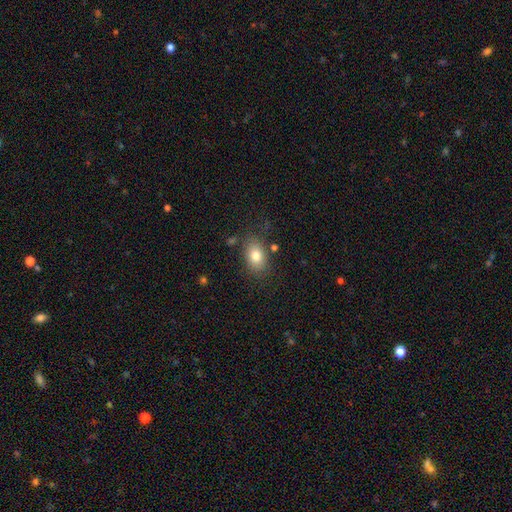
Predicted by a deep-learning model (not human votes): A smooth galaxy with no disk features (80%) that is in between round and cigar-shaped (82%). Merging: none (78%).